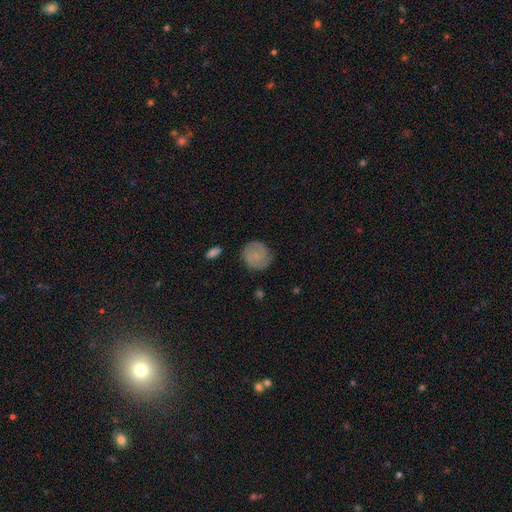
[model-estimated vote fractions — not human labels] smooth 56%, featured or disk 35%, star or artifact 8%. Down the decision tree: how rounded — round (84%); merging — none (76%).